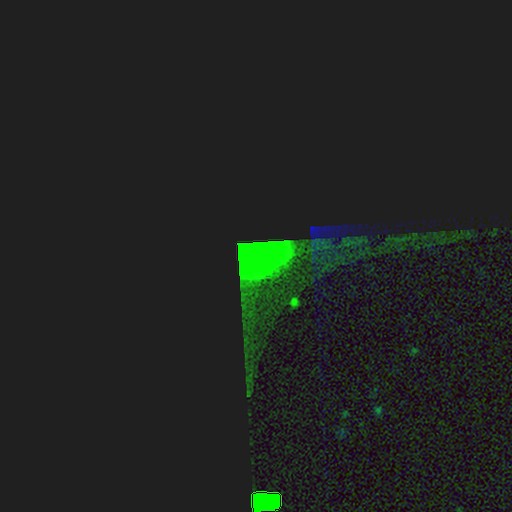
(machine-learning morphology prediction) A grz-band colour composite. It shows a star or artifact, not a galaxy (78%).